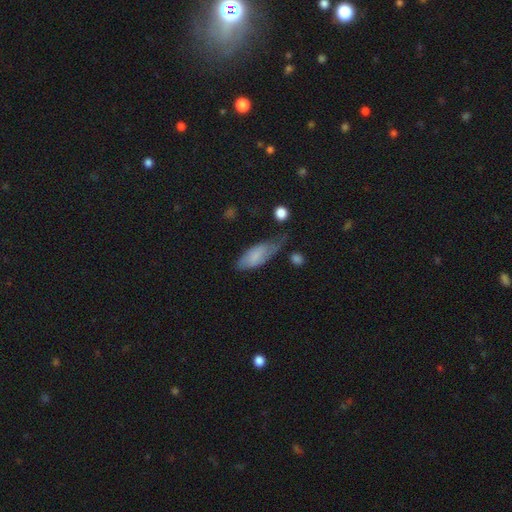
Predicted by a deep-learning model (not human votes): Smooth or featured? smooth (71%)
How rounded? in between (79%)
Merging? minor disturbance (40%)